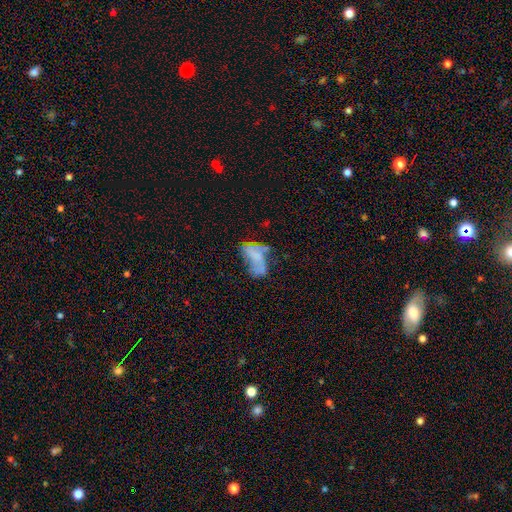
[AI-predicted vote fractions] A featured or disk galaxy (52%). Merging: none (31%, tied with major disturbance).